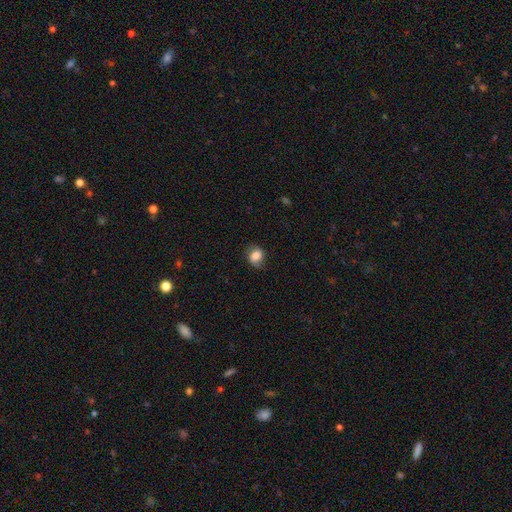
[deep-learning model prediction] Overall: smooth (75%). How rounded: in between (52%; round 47%). Merging: none (70%).